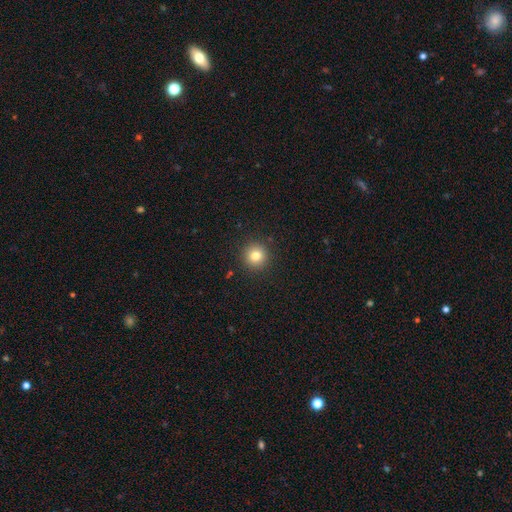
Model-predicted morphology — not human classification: smooth-or-featured: smooth: 80% | star or artifact: 12% | featured or disk: 8%
  how-rounded: round: 94% | in between: 5% | cigar-shaped: 1%
  merging: none: 91% | minor disturbance: 6% | major disturbance: 2% | merger: 1%